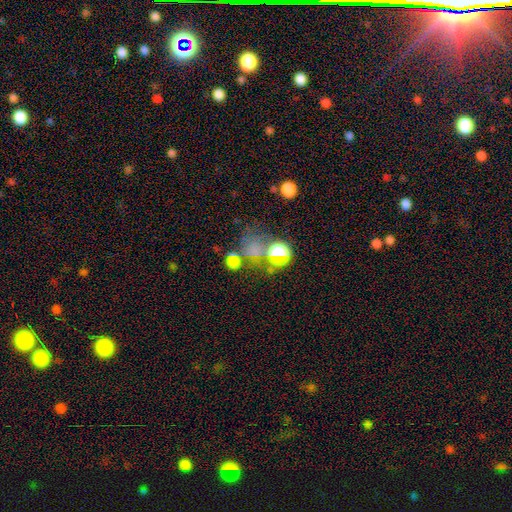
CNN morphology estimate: A smooth galaxy with no disk features (53%) that is round (74%). Merging: none (47%).